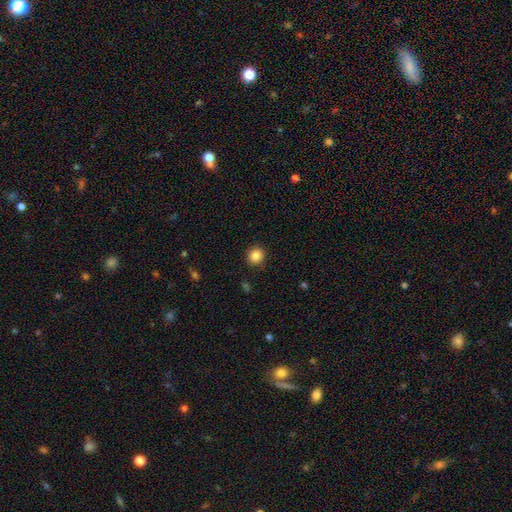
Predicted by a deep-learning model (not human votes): The model was most divided on "how rounded": round: 87%, in between: 12%, cigar-shaped: 1%. More confident: merging — none (90%); smooth or featured — smooth (86%).